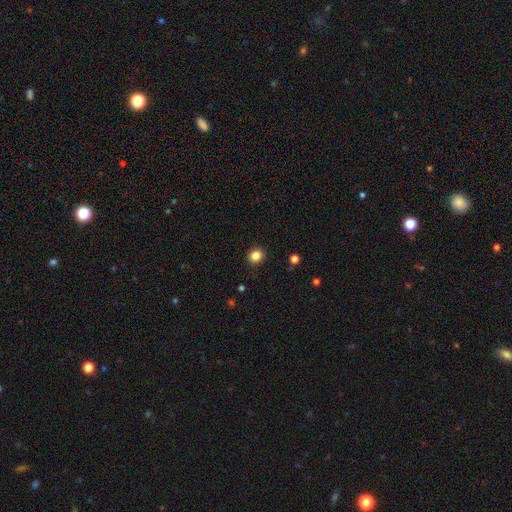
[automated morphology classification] smooth-or-featured: smooth: 85% | star or artifact: 11% | featured or disk: 4%
  how-rounded: round: 84% | in between: 15% | cigar-shaped: 1%
  merging: none: 90% | minor disturbance: 6% | major disturbance: 2% | merger: 1%